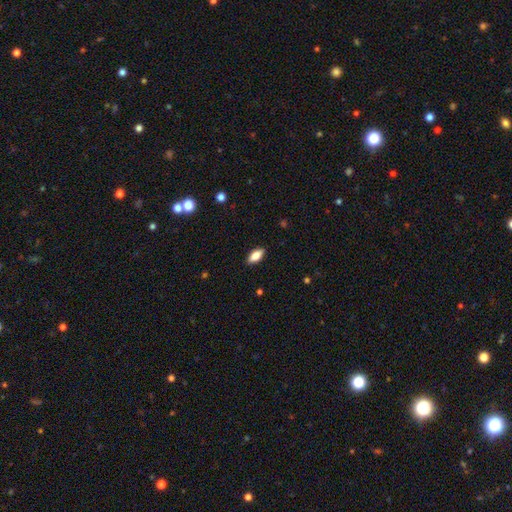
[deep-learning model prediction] The model was most divided on "smooth or featured": smooth: 79%, featured or disk: 14%, star or artifact: 7%. More confident: merging — none (89%); how rounded — in between (86%).